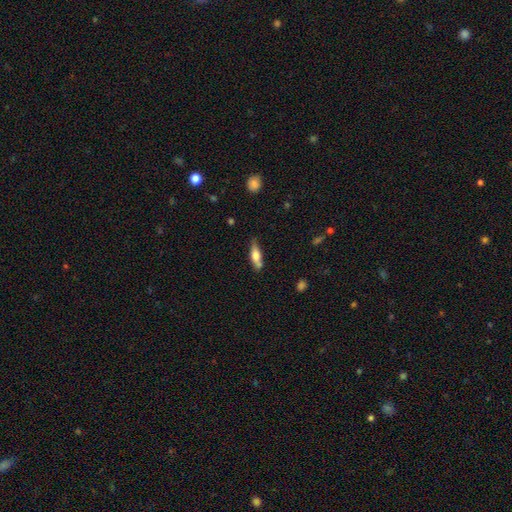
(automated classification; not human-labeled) smooth-or-featured: smooth: 58% | featured or disk: 36% | star or artifact: 6%
  how-rounded: cigar-shaped: 58% | in between: 40% | round: 2%
  merging: none: 68% | minor disturbance: 21% | merger: 6% | major disturbance: 4%